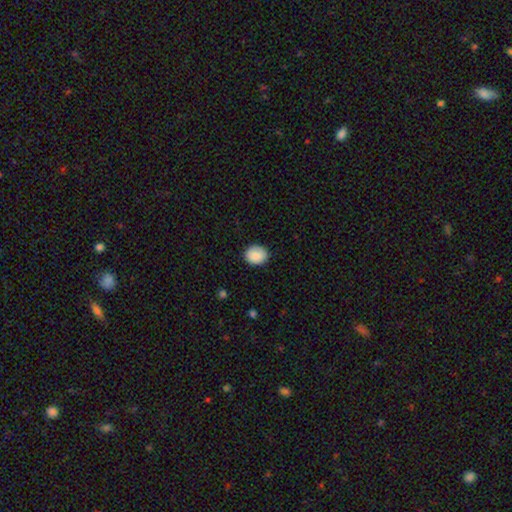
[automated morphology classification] type=smooth (88%); roundness=round (66%); merging=none (86%).